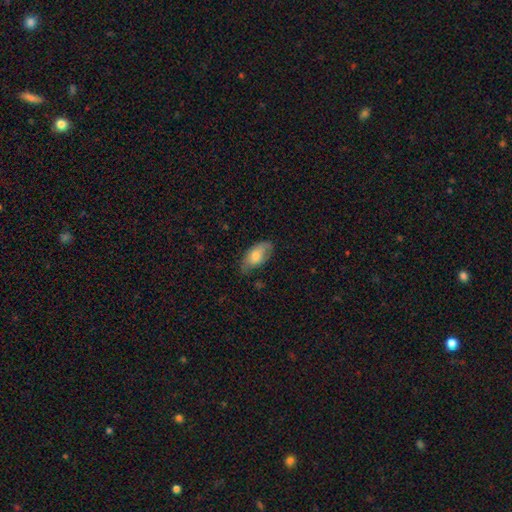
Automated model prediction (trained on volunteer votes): Smooth or featured? Predicted: smooth (p=0.73). How rounded? Predicted: in between (p=0.92). Merging? Predicted: none (p=0.62).